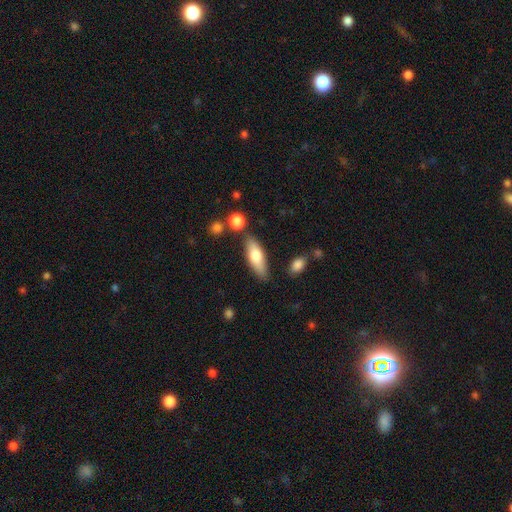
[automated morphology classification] A smooth galaxy with no disk features (69%) that is in between round and cigar-shaped (59%).

Vote fractions:
- Smooth or featured? smooth: 69% / featured or disk: 25% / star or artifact: 6%
- How rounded? in between: 59% / cigar-shaped: 38% / round: 2%
- Merging? none: 78% / minor disturbance: 14% / merger: 5% / major disturbance: 3%